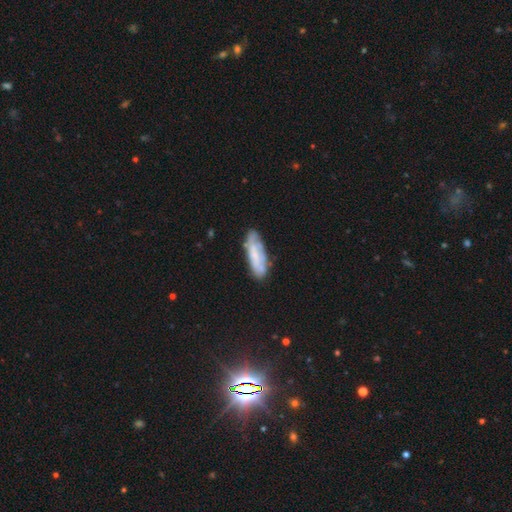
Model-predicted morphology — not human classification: The model was most divided on "smooth or featured": smooth: 50%, featured or disk: 43%, star or artifact: 8%. More confident: merging — none (68%).